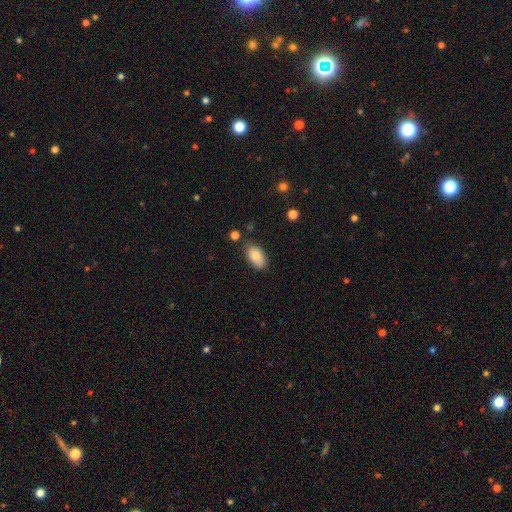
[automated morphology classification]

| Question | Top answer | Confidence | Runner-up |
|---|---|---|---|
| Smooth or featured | smooth | 80% | featured or disk (13%) |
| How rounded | in between | 93% | round (5%) |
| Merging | none | 78% | minor disturbance (15%) |